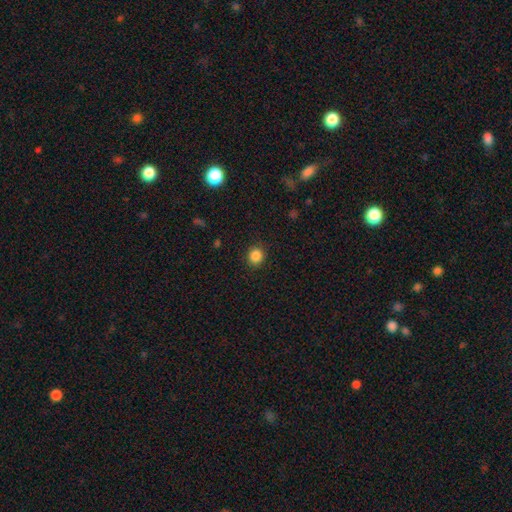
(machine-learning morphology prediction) This is clearly a smooth galaxy (85%). How rounded: clearly round (86%). Merging: clearly none (90%).